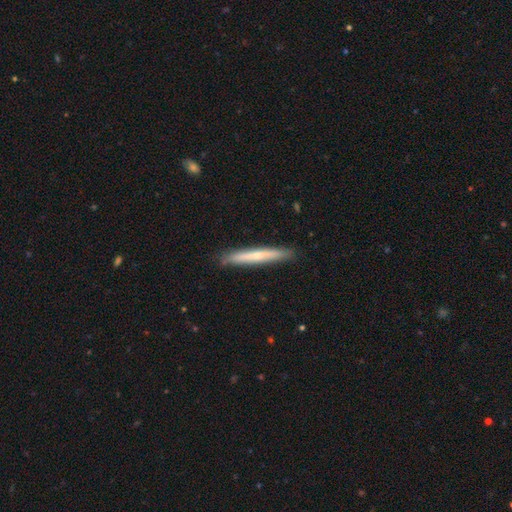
A featured or disk galaxy (50%) viewed edge-on (100%) with a rounded central bulge (58%).

Vote fractions:
- Smooth or featured? featured or disk: 50% / smooth: 47% / star or artifact: 3%
- Edge-on disk? yes: 100% / no: 0%
- Edge-on bulge? rounded: 58% / none: 42% / boxy: 0%
- Merging? none: 97% / merger: 3% / minor disturbance: 0% / major disturbance: 0%